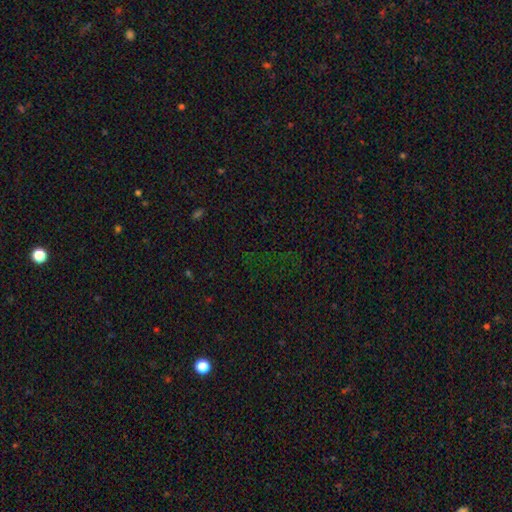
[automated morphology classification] The model was most divided on "smooth or featured": star or artifact: 72%, smooth: 17%, featured or disk: 10%.